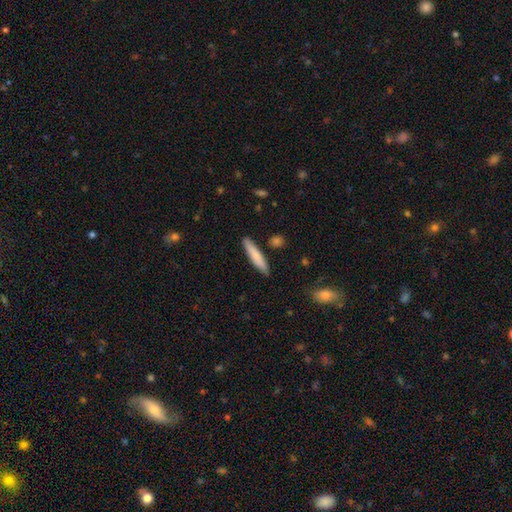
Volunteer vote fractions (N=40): Volunteers were most divided on "smooth or featured": smooth: 88%, featured or disk: 10%, star or artifact: 2%. More confident: how rounded — cigar-shaped (97%); merging — none (90%).